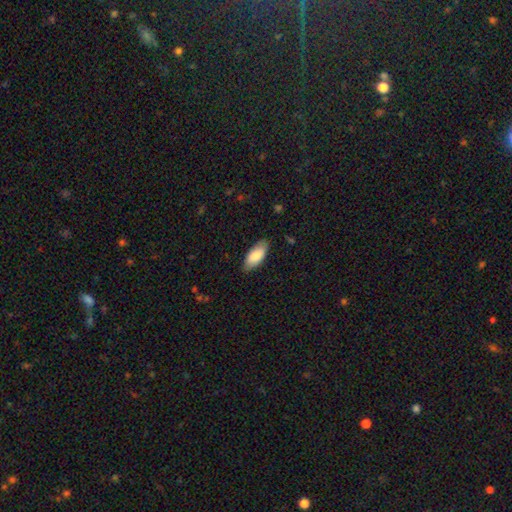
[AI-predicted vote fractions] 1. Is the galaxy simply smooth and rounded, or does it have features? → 84% smooth, 11% featured or disk, 5% star or artifact.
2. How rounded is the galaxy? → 87% in between, 11% cigar-shaped, 2% round.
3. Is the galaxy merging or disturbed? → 85% none, 12% minor disturbance, 2% major disturbance, 1% merger.